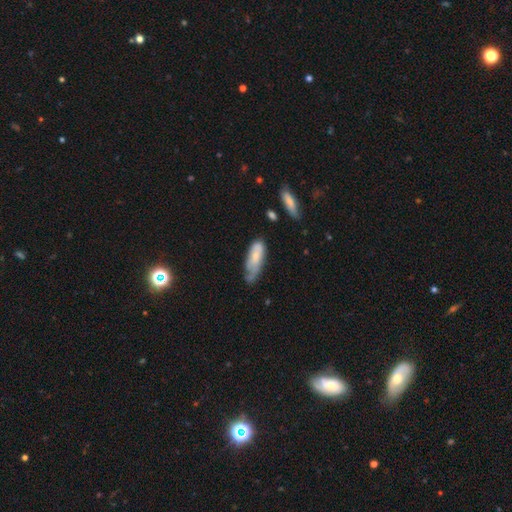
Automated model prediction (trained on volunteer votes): Smooth or featured: smooth — 60% (featured or disk — 34%)
How rounded: in between — 67% (cigar-shaped — 31%)
Merging: minor disturbance — 39% (none — 36%)